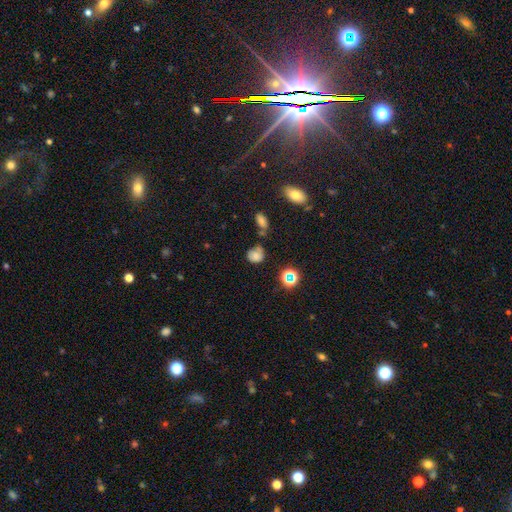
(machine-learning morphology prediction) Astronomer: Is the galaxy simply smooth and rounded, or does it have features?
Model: smooth — 70%.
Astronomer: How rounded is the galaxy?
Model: round — 67%.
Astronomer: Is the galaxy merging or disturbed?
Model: none — 53%.